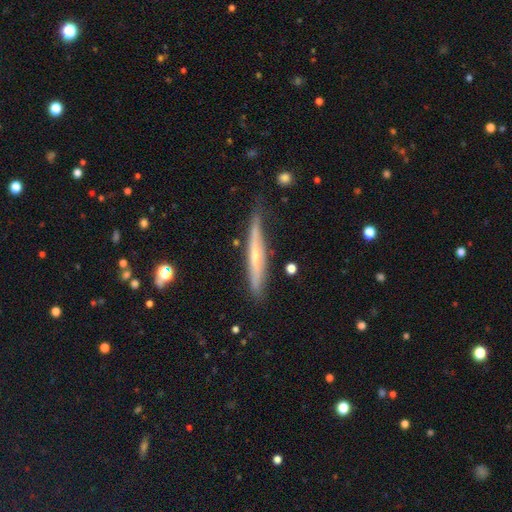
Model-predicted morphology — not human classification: This is likely a featured or disk galaxy (63%). It is clearly viewed edge-on (94%). Edge-on bulge: possibly rounded (56%). Merging: likely none (78%).